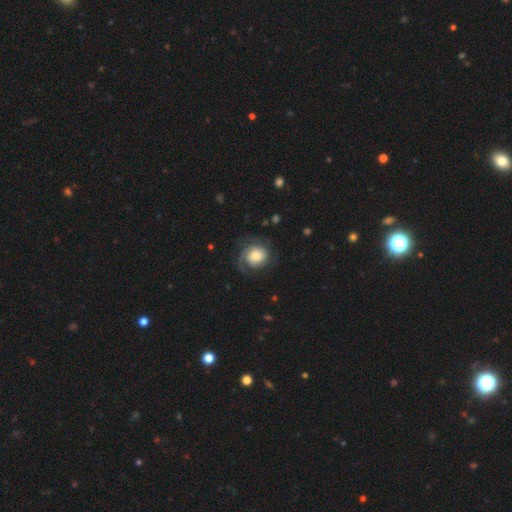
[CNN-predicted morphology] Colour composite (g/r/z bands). It shows a featured or disk galaxy (65%) with no bar (75%), 2 (44%) tight (51%) spiral arms (92%) and a moderate central bulge (43%). Merging: none (68%).